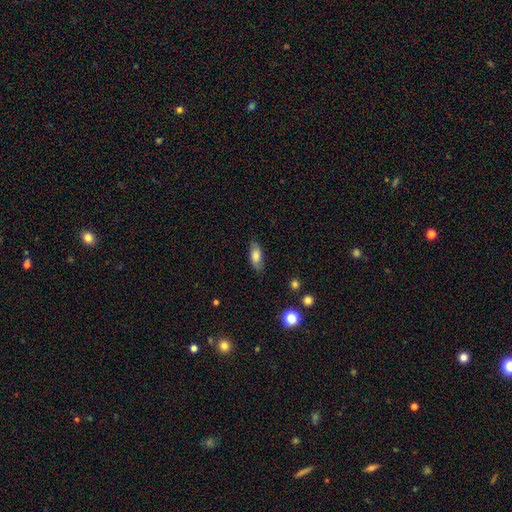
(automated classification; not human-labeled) This is likely a smooth galaxy (77%). How rounded: clearly in between (81%). Merging: likely none (80%).